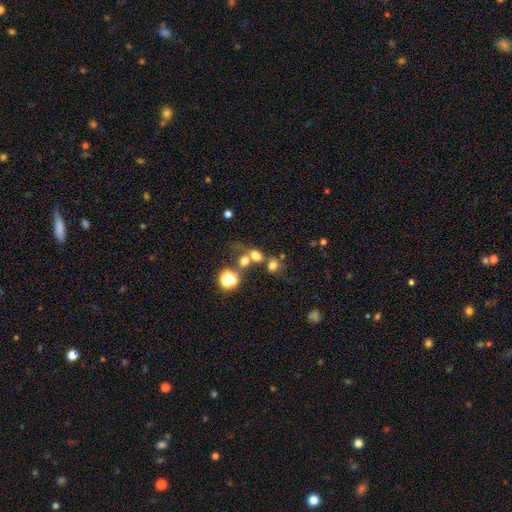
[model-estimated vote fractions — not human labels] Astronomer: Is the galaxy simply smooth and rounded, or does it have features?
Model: smooth — 67%.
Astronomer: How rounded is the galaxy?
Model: round — 56% (runner-up: in between, 43%).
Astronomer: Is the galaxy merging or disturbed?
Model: merger — 43% (runner-up: none, 39%).